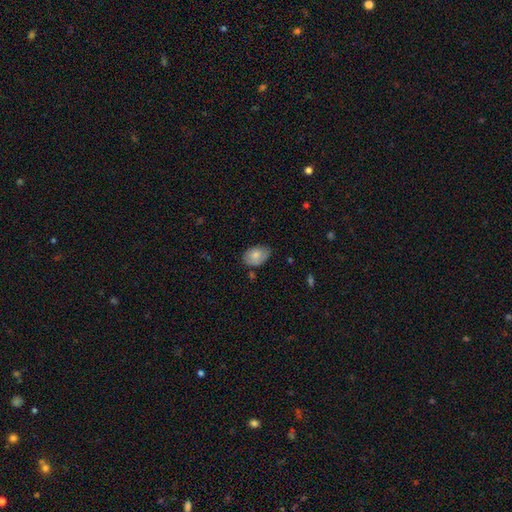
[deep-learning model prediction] The model was most divided on "merging": none: 69%, minor disturbance: 25%, major disturbance: 4%, merger: 2%. More confident: how rounded — in between (86%); smooth or featured — smooth (79%).